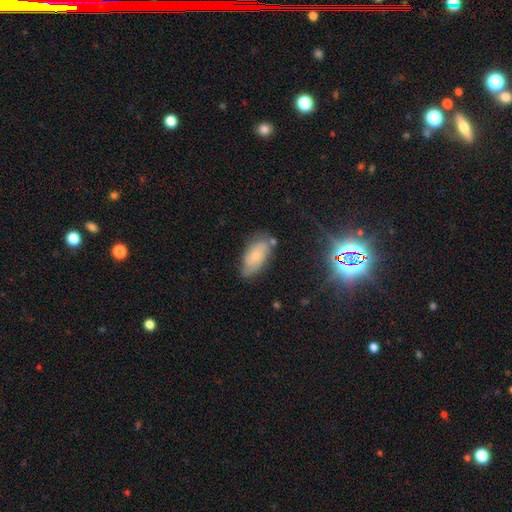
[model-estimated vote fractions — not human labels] Smooth or featured: smooth — 56% (featured or disk — 34%)
How rounded: in between — 90% (cigar-shaped — 7%)
Merging: none — 66% (minor disturbance — 24%)